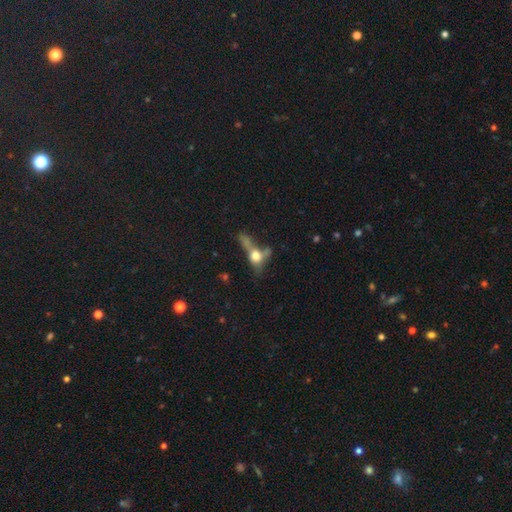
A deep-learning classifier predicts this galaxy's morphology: Smooth or featured? smooth (55%)
How rounded? in between (46%)
Merging? merger (33%)